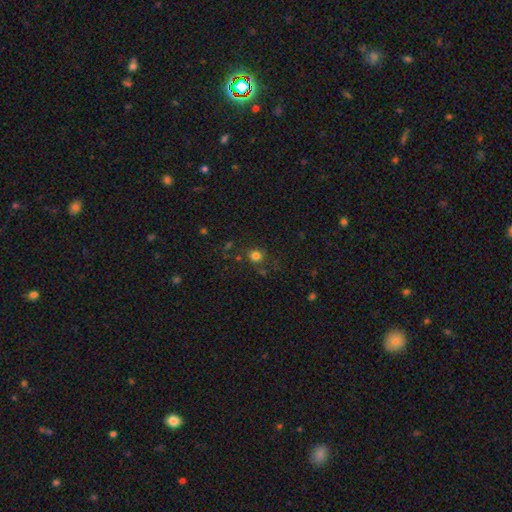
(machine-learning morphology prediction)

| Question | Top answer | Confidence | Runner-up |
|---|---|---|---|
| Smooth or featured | smooth | 76% | star or artifact (17%) |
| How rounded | round | 88% | in between (11%) |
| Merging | none | 74% | minor disturbance (14%) |